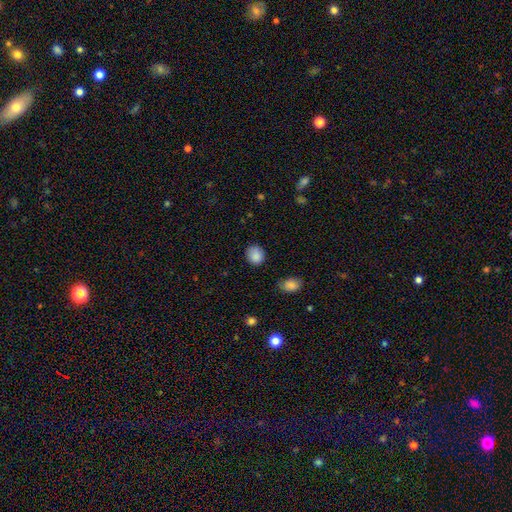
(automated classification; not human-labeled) smooth 87%, star or artifact 9%, featured or disk 4%. Down the decision tree: how rounded — round (73%); merging — none (81%).